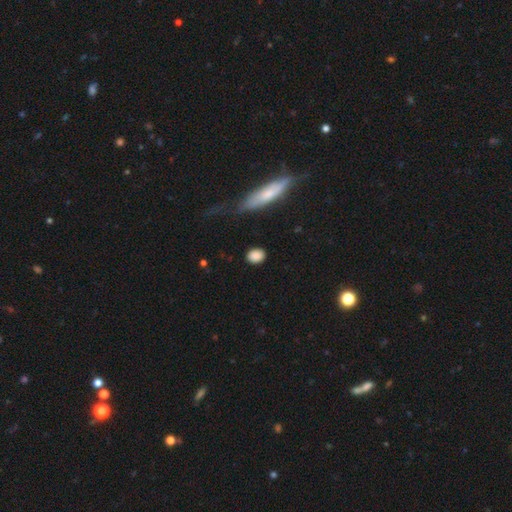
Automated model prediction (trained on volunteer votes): Smooth or featured? smooth (88%)
How rounded? round (53%)
Merging? none (86%)